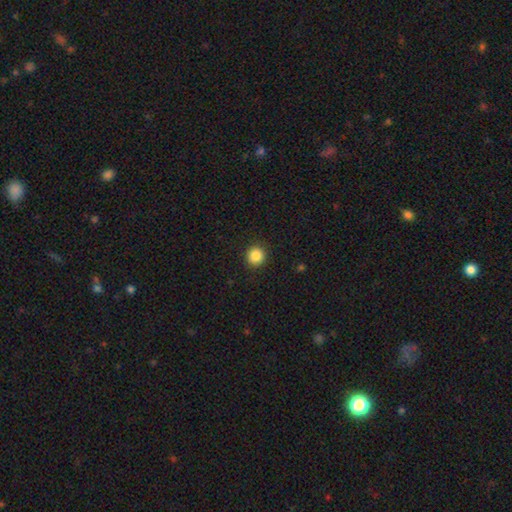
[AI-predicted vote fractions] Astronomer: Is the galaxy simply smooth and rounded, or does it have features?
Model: smooth — 86%.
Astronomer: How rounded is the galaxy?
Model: round — 93%.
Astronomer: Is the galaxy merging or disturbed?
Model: none — 92%.